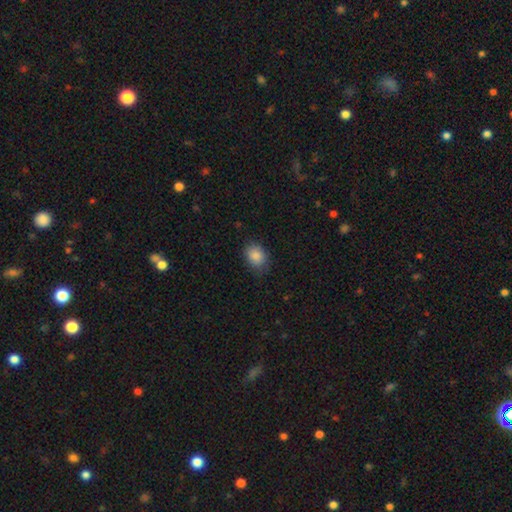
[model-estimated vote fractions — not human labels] Smooth or featured? Predicted: smooth (p=0.88). How rounded? Predicted: in between (p=0.59). Merging? Predicted: none (p=0.76).